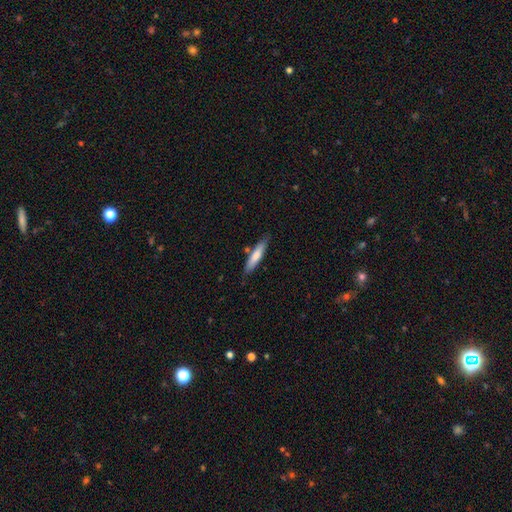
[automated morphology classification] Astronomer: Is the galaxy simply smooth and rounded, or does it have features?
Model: smooth — 73%.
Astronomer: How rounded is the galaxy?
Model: cigar-shaped — 84%.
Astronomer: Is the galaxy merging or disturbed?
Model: none — 80%.